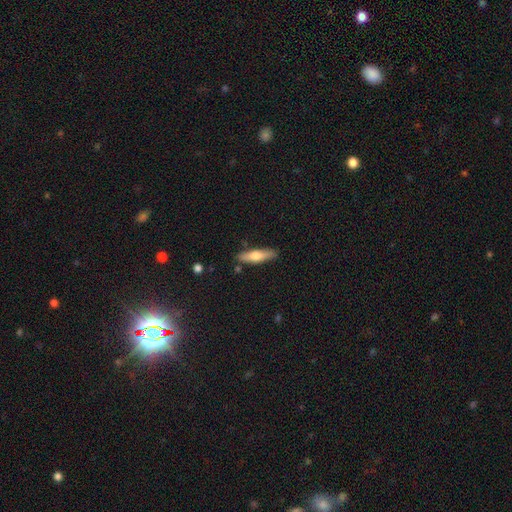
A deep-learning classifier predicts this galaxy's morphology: smooth 61%, featured or disk 33%, star or artifact 6%. Down the decision tree: how rounded — cigar-shaped (72%); merging — none (85%).